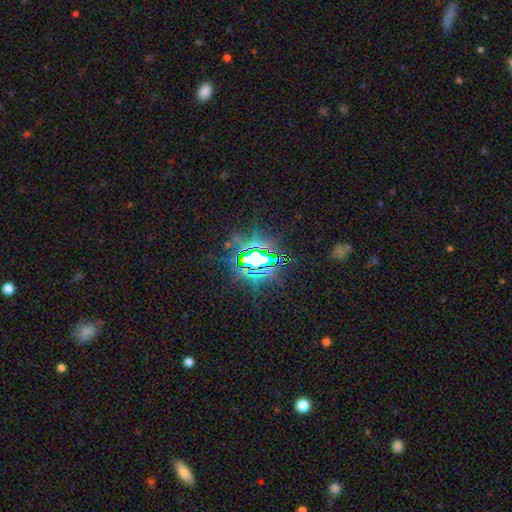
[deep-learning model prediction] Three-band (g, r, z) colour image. It shows a star or artifact, not a galaxy (81%).